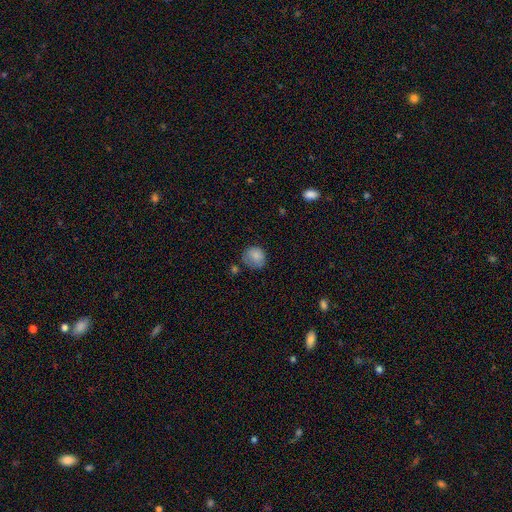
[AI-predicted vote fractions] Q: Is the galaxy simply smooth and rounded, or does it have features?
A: smooth — 82%.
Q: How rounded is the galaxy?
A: round — 75%.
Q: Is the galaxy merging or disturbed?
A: none — 57%.